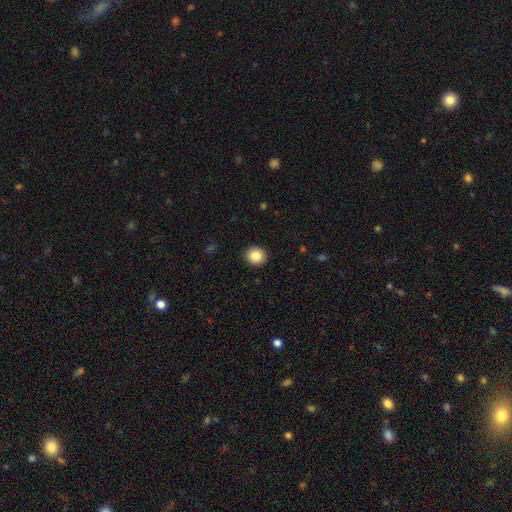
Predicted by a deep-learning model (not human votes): Overall: smooth (85%). How rounded: round (87%). Merging: none (92%).